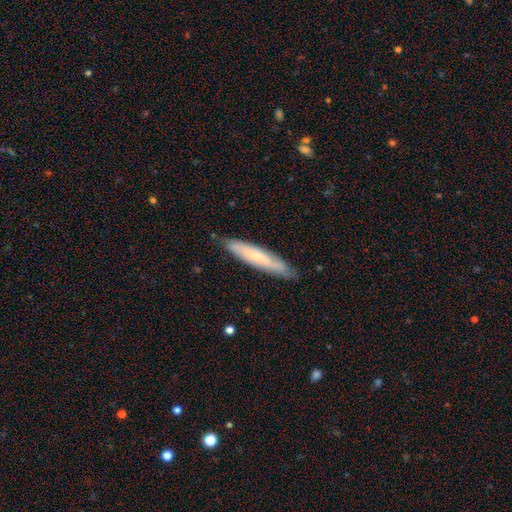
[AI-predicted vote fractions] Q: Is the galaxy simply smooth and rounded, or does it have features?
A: smooth — 55%.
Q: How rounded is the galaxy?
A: cigar-shaped — 88%.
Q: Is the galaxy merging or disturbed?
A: none — 84%.